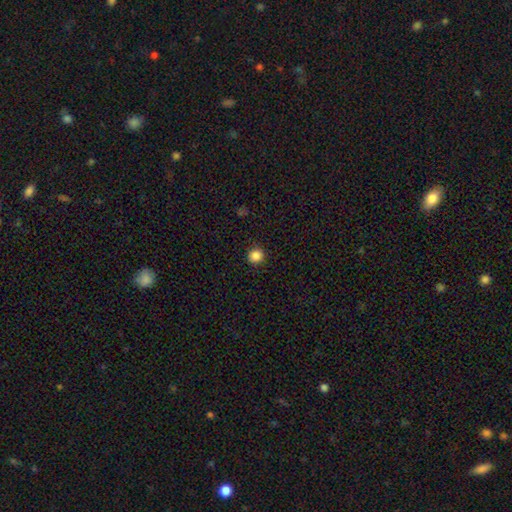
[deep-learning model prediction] Morphology: type=smooth (86%); roundness=round (92%); merging=none (92%).